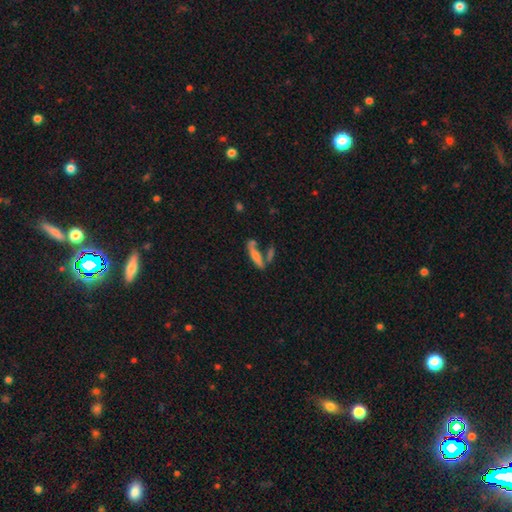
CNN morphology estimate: The model was most divided on "merging": none: 52%, merger: 28%, minor disturbance: 14%, major disturbance: 7%. More confident: how rounded — cigar-shaped (74%); smooth or featured — smooth (60%).